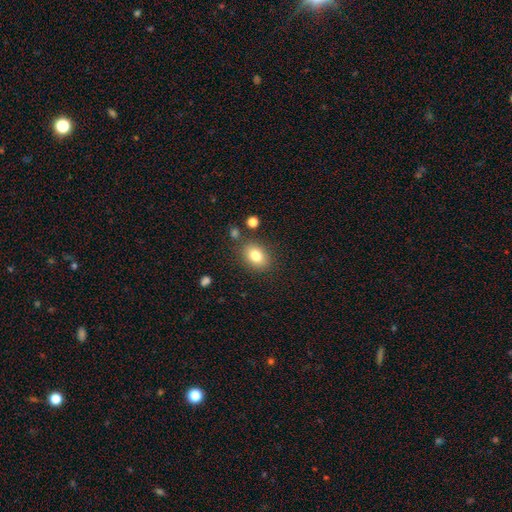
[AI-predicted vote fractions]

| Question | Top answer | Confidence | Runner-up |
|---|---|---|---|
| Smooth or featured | smooth | 81% | featured or disk (9%) |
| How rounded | in between | 72% | round (27%) |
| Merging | none | 82% | minor disturbance (11%) |